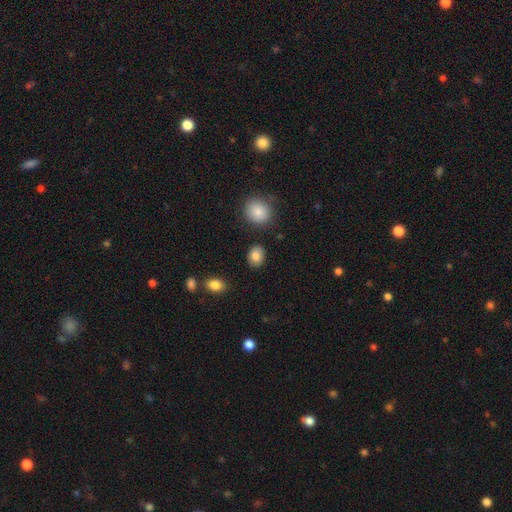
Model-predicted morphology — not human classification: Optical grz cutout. It shows a smooth galaxy with no disk features (85%) that is in between round and cigar-shaped (57%). Merging: none (86%).